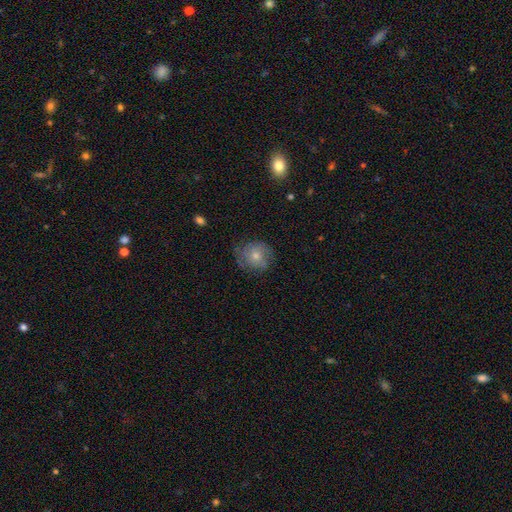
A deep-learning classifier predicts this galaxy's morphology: Q: Smooth or featured?
A: featured or disk (48%); runner-up: smooth (39%)
Q: Merging?
A: none (74%); runner-up: minor disturbance (18%)